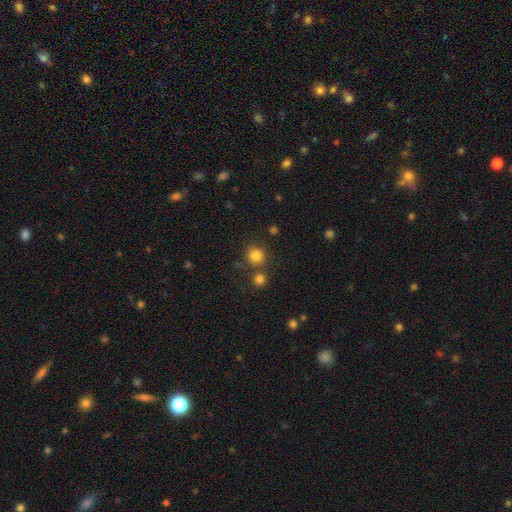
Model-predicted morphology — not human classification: smooth 82%, star or artifact 13%, featured or disk 5%. Down the decision tree: how rounded — round (92%); merging — none (76%).